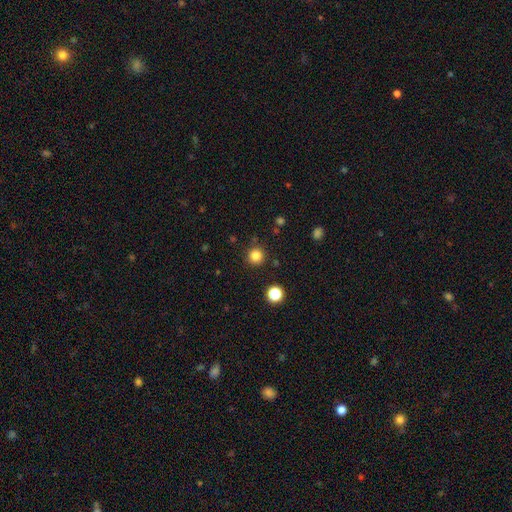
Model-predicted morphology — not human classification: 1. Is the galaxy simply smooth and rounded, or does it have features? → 82% smooth, 14% star or artifact, 4% featured or disk.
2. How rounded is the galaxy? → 95% round, 4% in between, 1% cigar-shaped.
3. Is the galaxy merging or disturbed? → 90% none, 6% minor disturbance, 2% major disturbance, 2% merger.